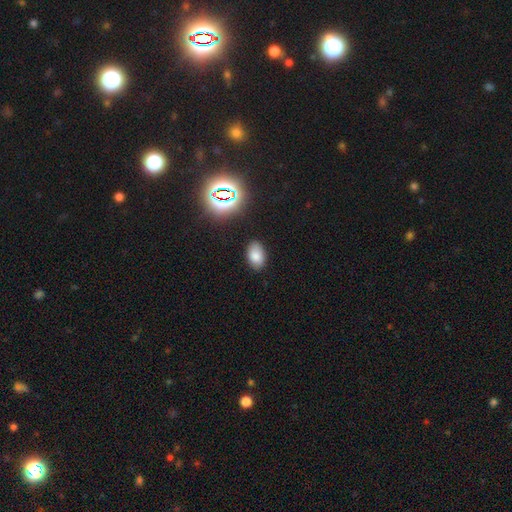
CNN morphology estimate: Smooth or featured? smooth (80%)
How rounded? in between (90%)
Merging? none (84%)